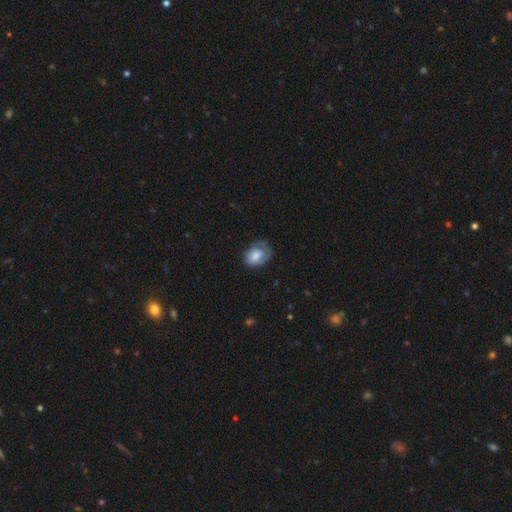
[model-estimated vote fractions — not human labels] Morphology: type=smooth (63%); roundness=in between (69%); merging=none (54%).